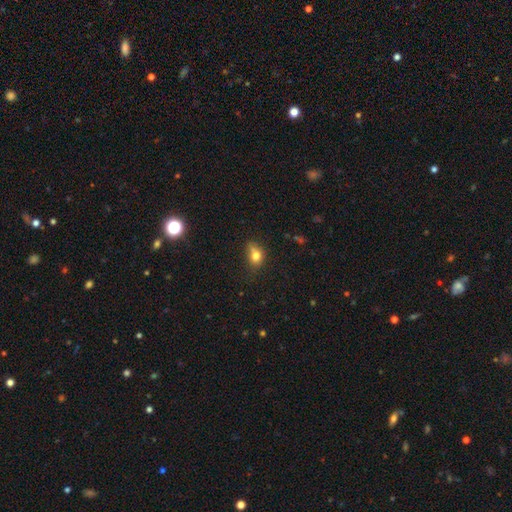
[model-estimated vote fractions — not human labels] This appears to be a smooth galaxy with no disk features (75%) that is in between round and cigar-shaped (58%). Merging: none (44%).